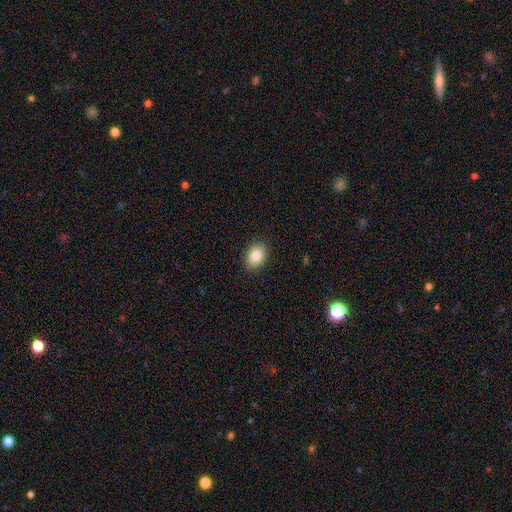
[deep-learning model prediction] Smooth or featured: smooth — 85% (star or artifact — 8%)
How rounded: in between — 76% (round — 23%)
Merging: none — 89% (minor disturbance — 8%)